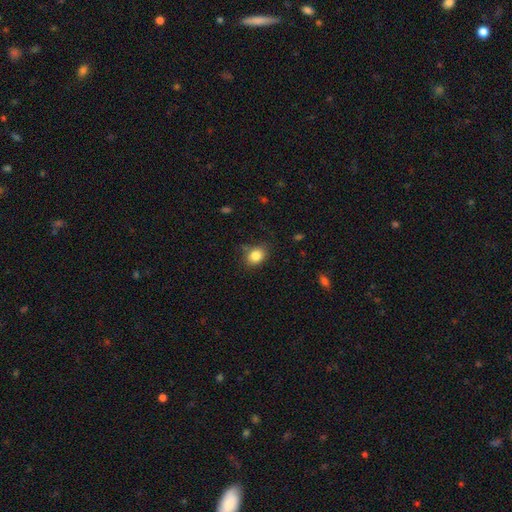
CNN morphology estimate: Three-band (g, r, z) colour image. It shows a smooth galaxy with no disk features (84%) that is in between round and cigar-shaped (54%). Merging: none (78%).